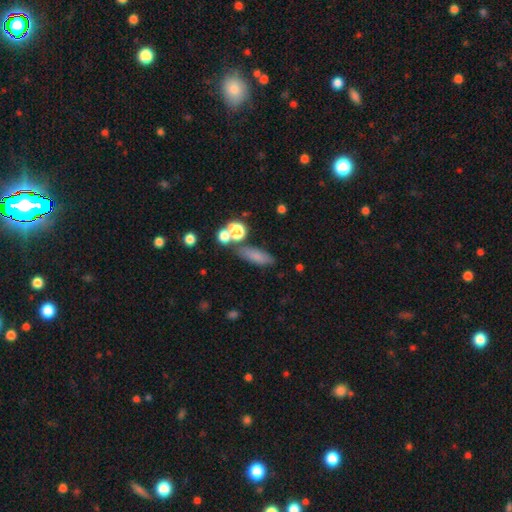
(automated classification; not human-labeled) Smooth or featured: smooth — 75% (star or artifact — 13%)
How rounded: cigar-shaped — 47% (in between — 45%)
Merging: none — 70% (minor disturbance — 13%)